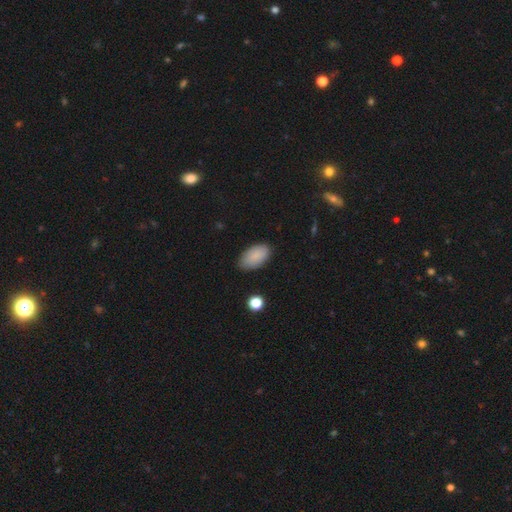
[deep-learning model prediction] Smooth or featured? smooth (88%)
How rounded? in between (95%)
Merging? none (81%)